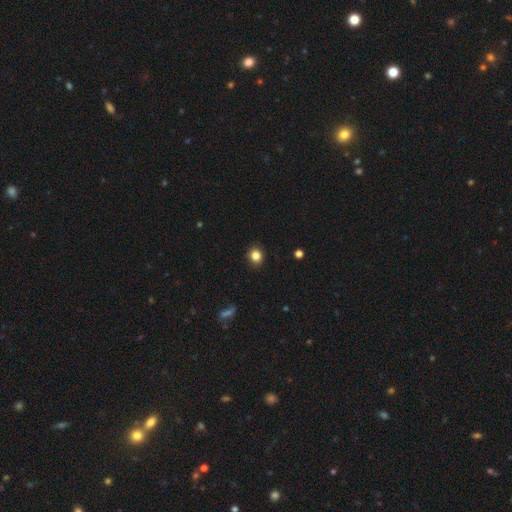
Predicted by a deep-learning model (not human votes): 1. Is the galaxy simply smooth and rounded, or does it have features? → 84% smooth, 11% star or artifact, 5% featured or disk.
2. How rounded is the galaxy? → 76% round, 23% in between, 1% cigar-shaped.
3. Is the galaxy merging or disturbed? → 91% none, 7% minor disturbance, 2% major disturbance, 1% merger.